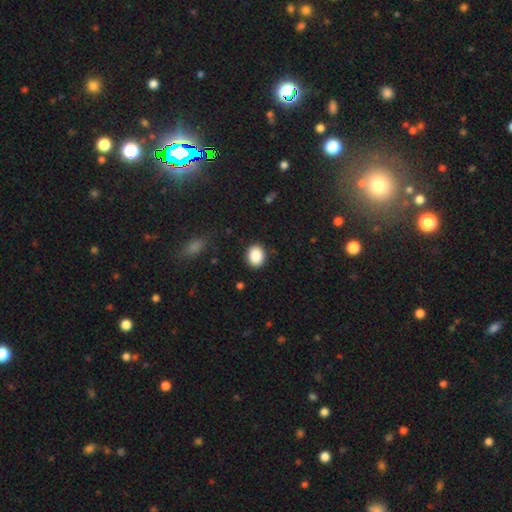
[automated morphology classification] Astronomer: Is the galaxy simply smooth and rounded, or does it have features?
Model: smooth — 89%.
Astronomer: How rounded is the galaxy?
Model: in between — 51% (runner-up: round, 49%).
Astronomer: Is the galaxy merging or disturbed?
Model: none — 89%.